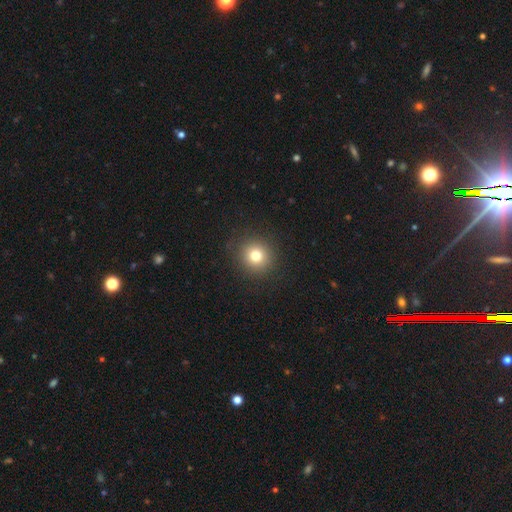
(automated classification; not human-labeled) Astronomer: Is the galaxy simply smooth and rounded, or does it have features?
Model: smooth — 78%.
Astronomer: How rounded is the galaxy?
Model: round — 92%.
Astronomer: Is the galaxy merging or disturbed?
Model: none — 90%.